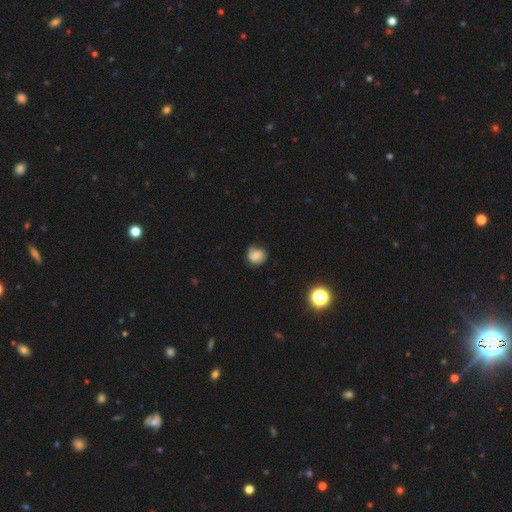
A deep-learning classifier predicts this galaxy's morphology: Q: Smooth or featured?
A: smooth (64%); runner-up: featured or disk (25%)
Q: How rounded?
A: round (75%); runner-up: in between (24%)
Q: Merging?
A: none (60%); runner-up: minor disturbance (28%)